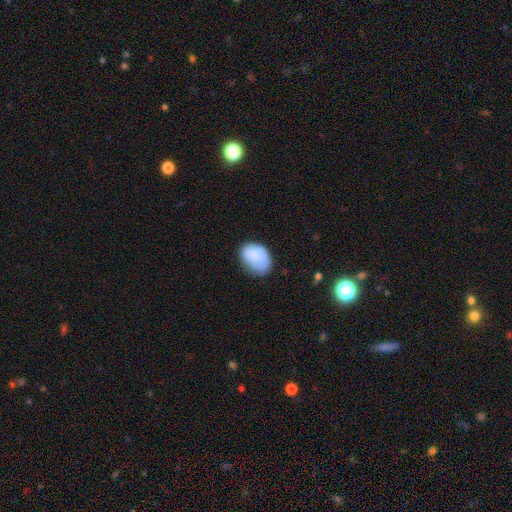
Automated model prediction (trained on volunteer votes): Overall: smooth (85%). How rounded: in between (75%). Merging: none (66%; minor disturbance 26%).